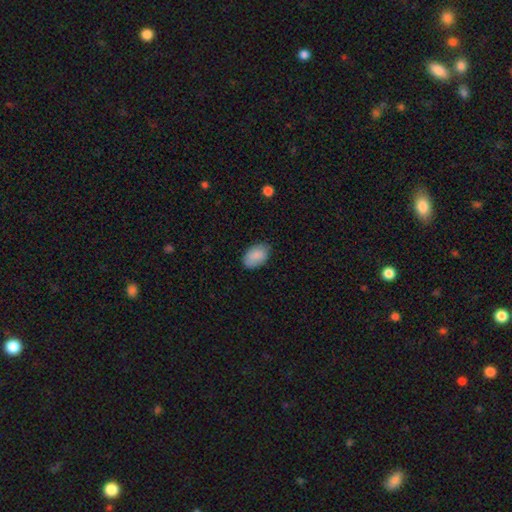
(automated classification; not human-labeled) The model was most divided on "merging": none: 81%, minor disturbance: 15%, major disturbance: 3%, merger: 1%. More confident: how rounded — in between (91%); smooth or featured — smooth (88%).